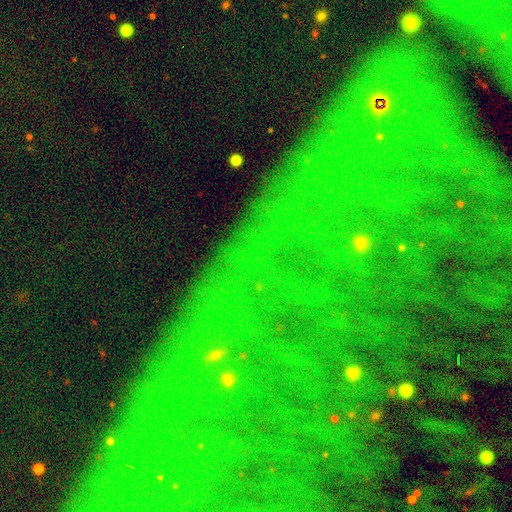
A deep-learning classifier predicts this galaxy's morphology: Overall: star or artifact (81%).